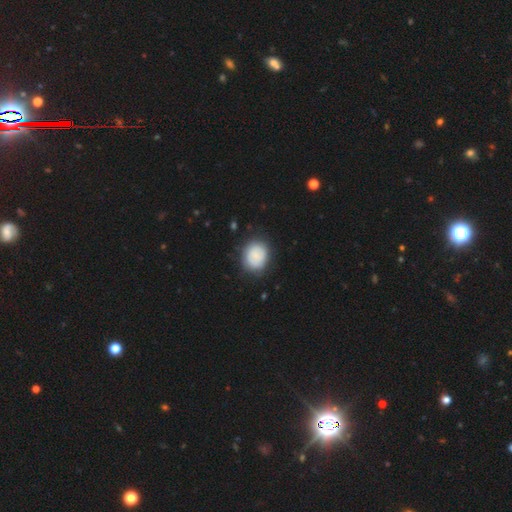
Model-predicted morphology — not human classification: smooth-or-featured: smooth: 76% | featured or disk: 16% | star or artifact: 8%
  how-rounded: round: 71% | in between: 28% | cigar-shaped: 1%
  merging: none: 78% | minor disturbance: 15% | major disturbance: 5% | merger: 2%